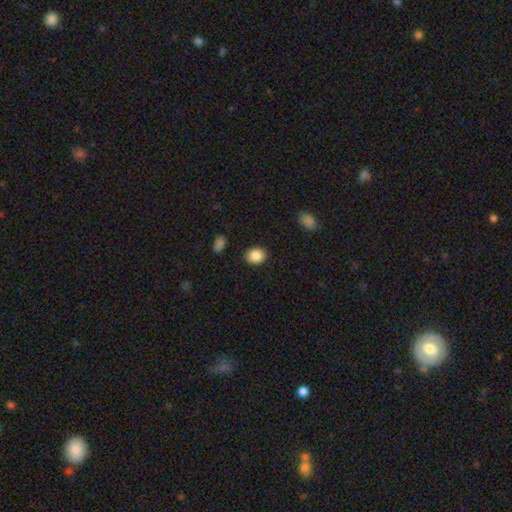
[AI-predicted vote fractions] Morphology: type=smooth (88%); roundness=in between (51%); merging=none (89%).